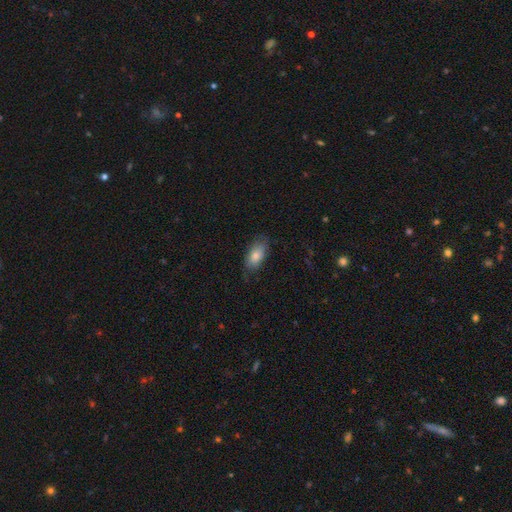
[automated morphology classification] Overall: smooth (77%). How rounded: in between (87%). Merging: none (76%).